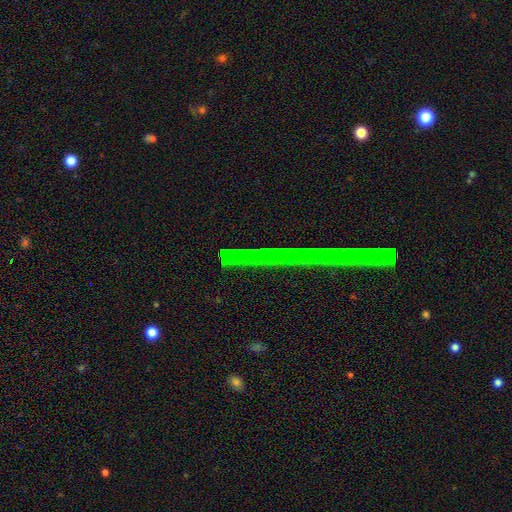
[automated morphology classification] Smooth or featured?
  - star or artifact: 76% *
  - featured or disk: 15%
  - smooth: 9%